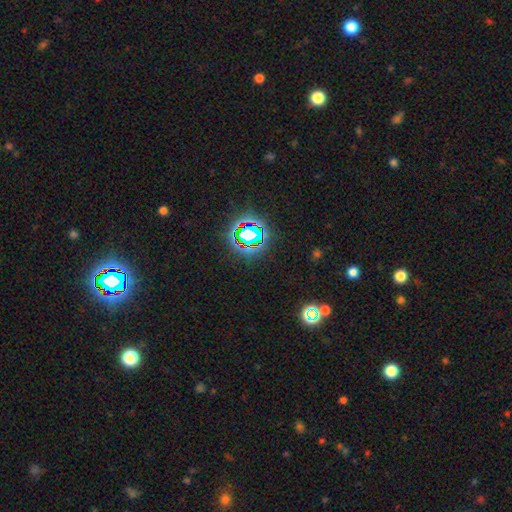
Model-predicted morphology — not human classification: The model was most divided on "smooth or featured": star or artifact: 81%, smooth: 12%, featured or disk: 7%.